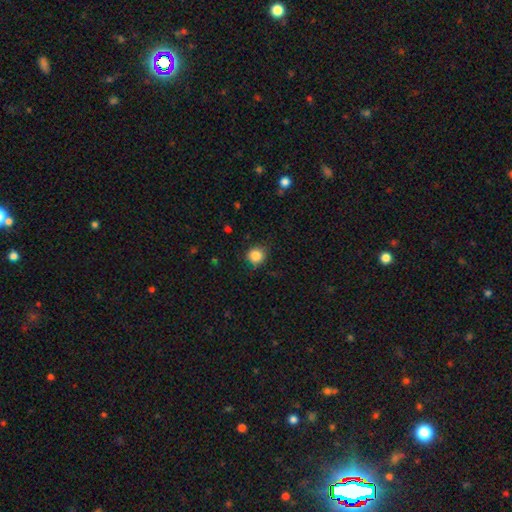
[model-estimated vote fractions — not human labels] smooth_or_featured: smooth (p=0.85) [alt: star or artifact p=0.11]
how_rounded: round (p=0.90) [alt: in between p=0.09]
merging: none (p=0.83) [alt: minor disturbance p=0.13]